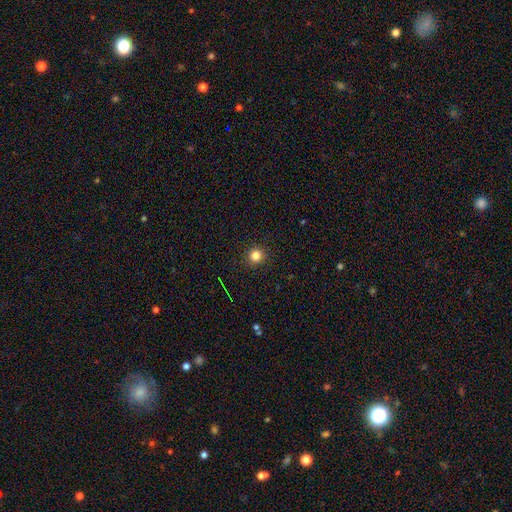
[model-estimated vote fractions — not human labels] smooth 82%, star or artifact 13%, featured or disk 5%. Down the decision tree: how rounded — round (93%); merging — none (92%).